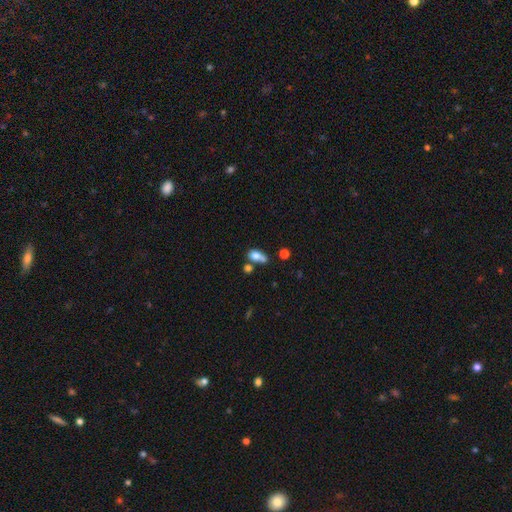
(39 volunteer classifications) smooth 79%, featured or disk 15%, star or artifact 5%. Down the decision tree: how rounded — round (48%, tied with in between); merging — merger (59%).